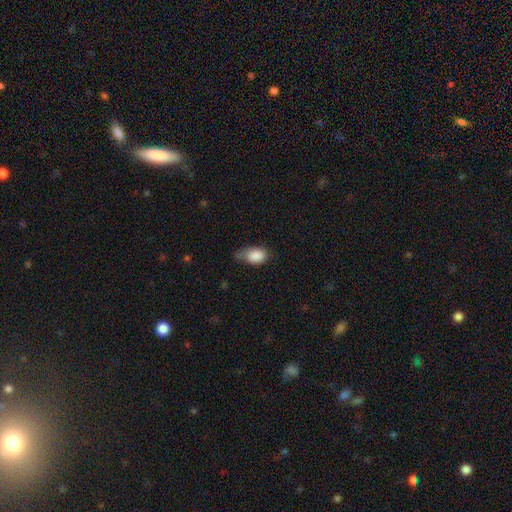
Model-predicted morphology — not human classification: Smooth or featured: smooth — 87% (star or artifact — 7%)
How rounded: in between — 86% (round — 12%)
Merging: minor disturbance — 44% (none — 39%)